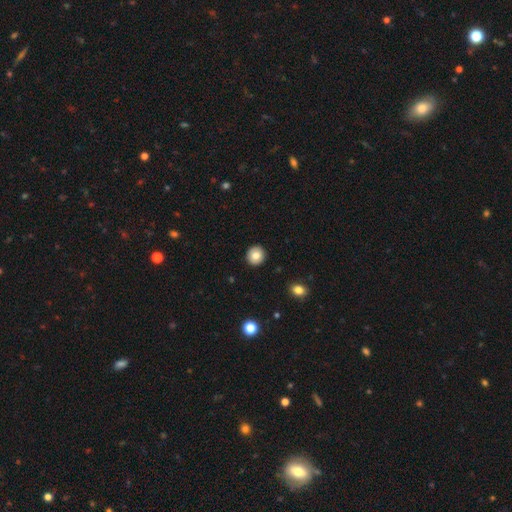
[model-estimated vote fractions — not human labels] Smooth or featured?
  - smooth: 82% *
  - featured or disk: 10%
  - star or artifact: 9%
How rounded?
  - round: 90% *
  - in between: 9%
  - cigar-shaped: 1%
Merging?
  - none: 92% *
  - minor disturbance: 5%
  - major disturbance: 2%
  - merger: 1%